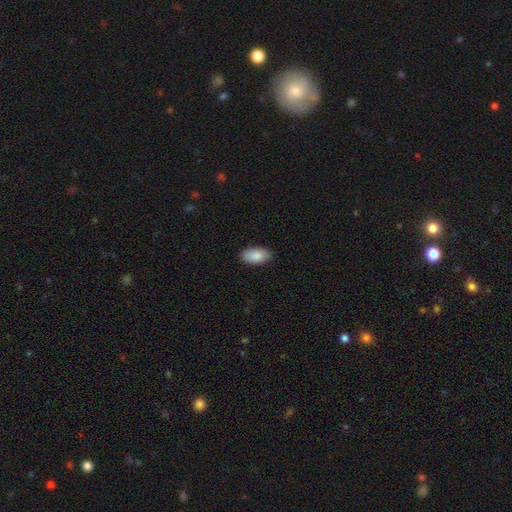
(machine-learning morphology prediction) Smooth or featured: smooth — 89% (star or artifact — 6%)
How rounded: in between — 95% (round — 3%)
Merging: none — 88% (minor disturbance — 9%)